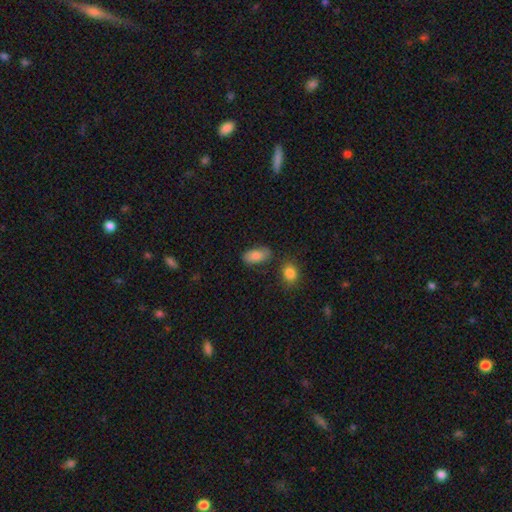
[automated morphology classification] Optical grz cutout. It shows a smooth galaxy with no disk features (83%) that is in between round and cigar-shaped (93%). Merging: none (74%).